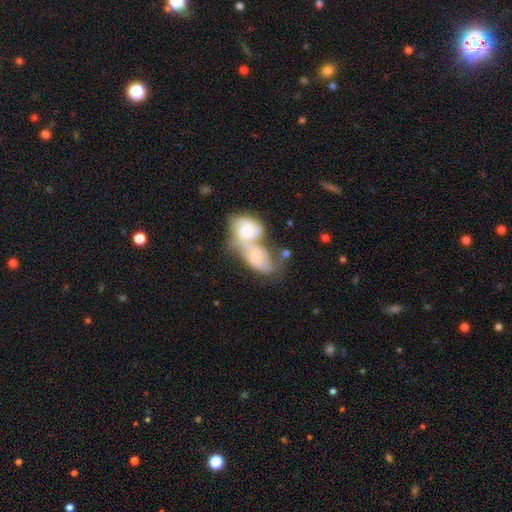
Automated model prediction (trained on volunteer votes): The model was most divided on "smooth or featured": featured or disk: 59%, smooth: 34%, star or artifact: 7%. More confident: edge-on disk — no (95%); merging — merger (81%); spiral arms — yes (75%); bar — no (69%); bulge size — moderate (63%).